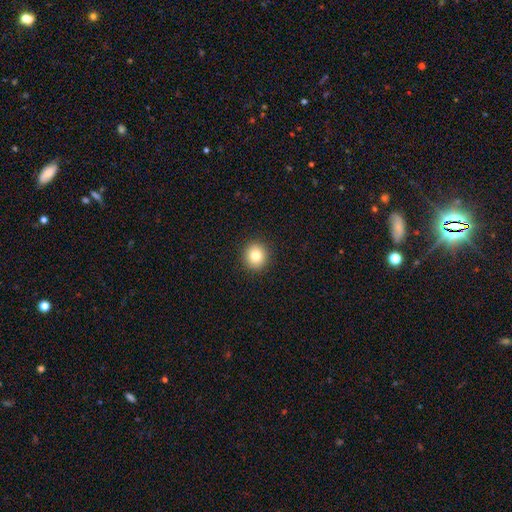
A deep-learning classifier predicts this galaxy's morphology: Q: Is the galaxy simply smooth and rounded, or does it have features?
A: smooth — 80%.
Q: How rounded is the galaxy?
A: round — 90%.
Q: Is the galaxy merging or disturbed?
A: none — 92%.